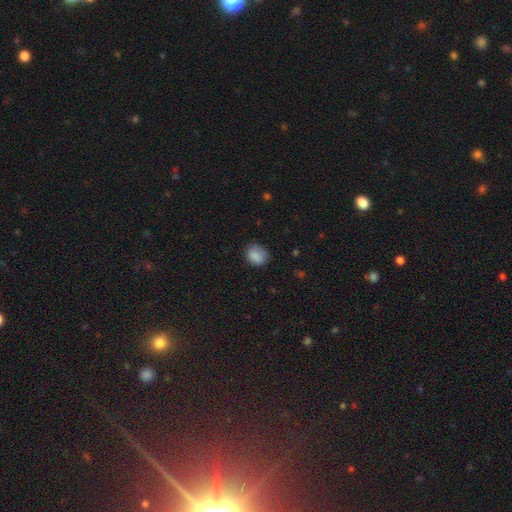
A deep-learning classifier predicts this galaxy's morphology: A smooth galaxy with no disk features (86%) that is round (57%). Merging: none (73%).